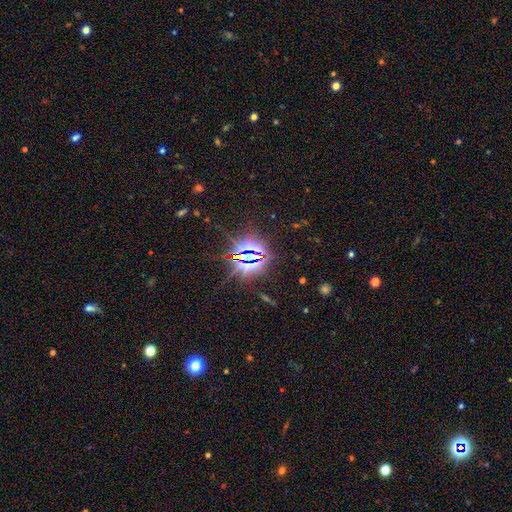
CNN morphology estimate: smooth-or-featured: star or artifact: 83% | smooth: 9% | featured or disk: 8%